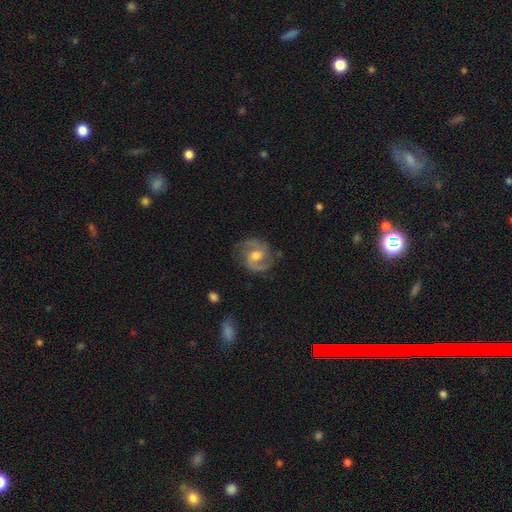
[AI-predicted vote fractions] Smooth or featured? featured or disk (87%)
Edge-on disk? no (98%)
Bar? weak (51%)
Spiral arms? yes (97%)
Spiral winding? medium (58%)
Spiral arm count? 2 (89%)
Bulge size? moderate (66%)
Merging? none (78%)